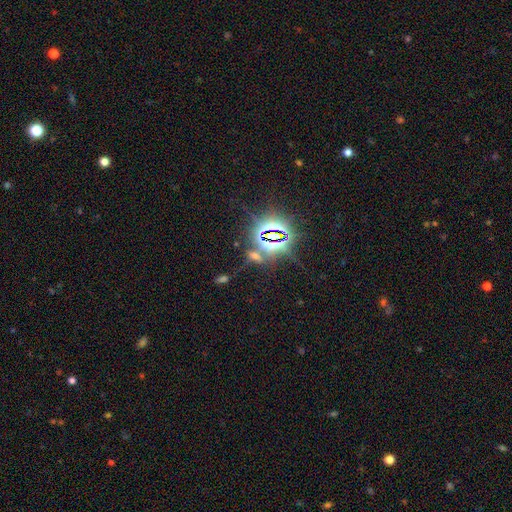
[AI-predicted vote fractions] Smooth or featured? star or artifact (73%)